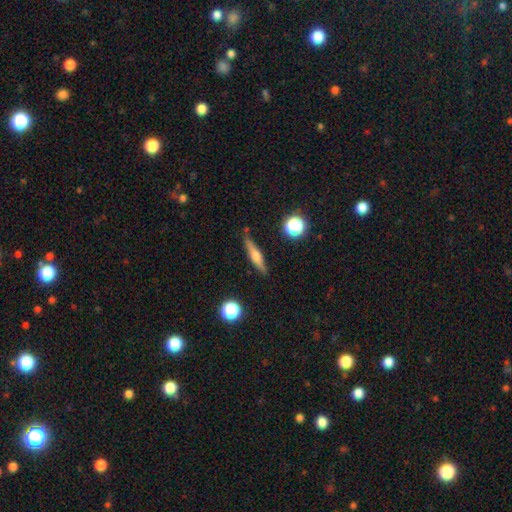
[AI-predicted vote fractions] Q: Smooth or featured?
A: featured or disk (47%); runner-up: smooth (45%)
Q: Merging?
A: none (83%); runner-up: minor disturbance (12%)